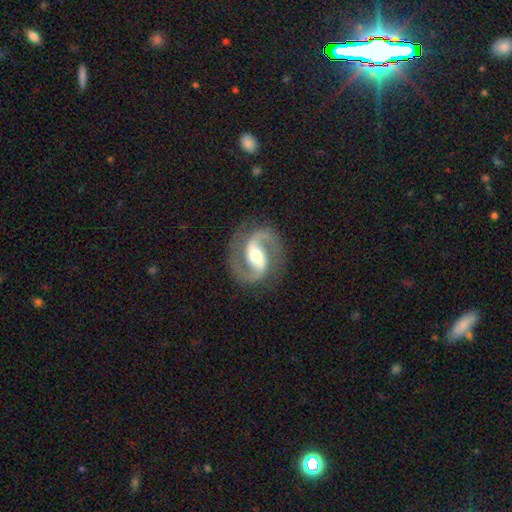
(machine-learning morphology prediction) smooth_or_featured: featured or disk (p=0.92) [alt: star or artifact p=0.04]
disk_edge_on: no (p=0.98) [alt: yes p=0.02]
bar: strong (p=0.45) [alt: weak p=0.38]
has_spiral_arms: yes (p=0.98) [alt: no p=0.02]
spiral_winding: medium (p=0.64) [alt: loose p=0.19]
spiral_arm_count: 2 (p=0.94) [alt: 1 p=0.02]
bulge_size: moderate (p=0.68) [alt: small p=0.15]
merging: none (p=0.84) [alt: minor disturbance p=0.10]